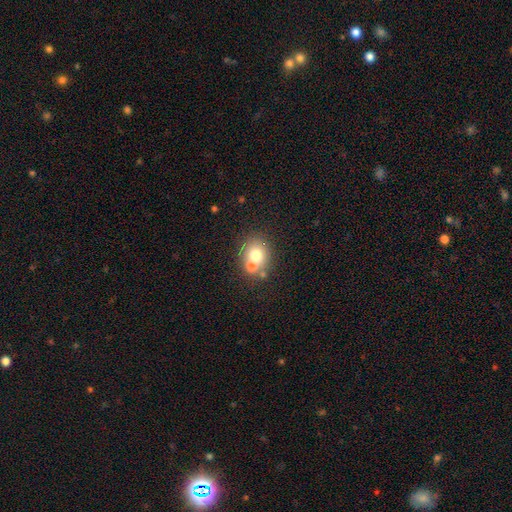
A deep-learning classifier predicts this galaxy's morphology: Smooth or featured? smooth (68%)
How rounded? round (70%)
Merging? none (49%)